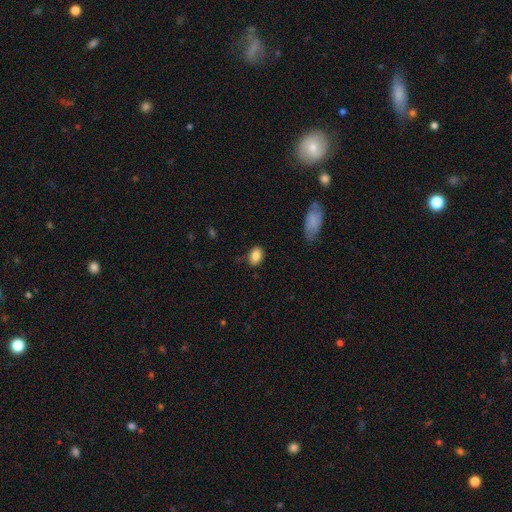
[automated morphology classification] Q: Smooth or featured?
A: smooth (84%); runner-up: star or artifact (8%)
Q: How rounded?
A: in between (81%); runner-up: round (18%)
Q: Merging?
A: none (73%); runner-up: minor disturbance (20%)